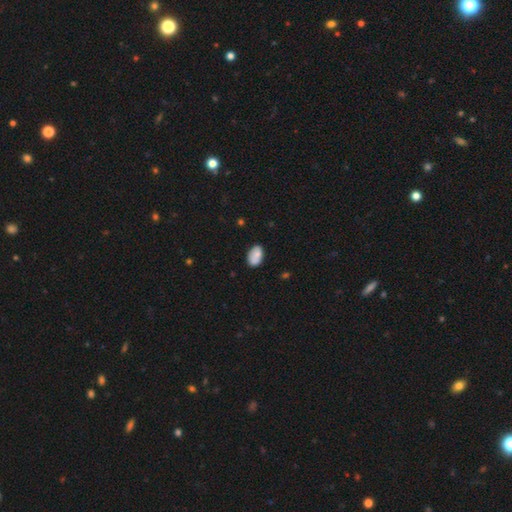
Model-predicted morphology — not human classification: Q: Smooth or featured?
A: smooth (78%); runner-up: featured or disk (14%)
Q: How rounded?
A: in between (90%); runner-up: round (9%)
Q: Merging?
A: none (69%); runner-up: minor disturbance (20%)